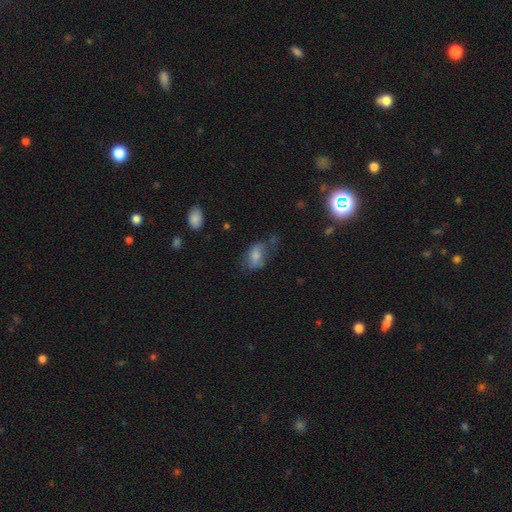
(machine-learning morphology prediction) Q: Smooth or featured?
A: smooth (68%); runner-up: featured or disk (23%)
Q: How rounded?
A: in between (88%); runner-up: round (9%)
Q: Merging?
A: none (42%); runner-up: minor disturbance (31%)